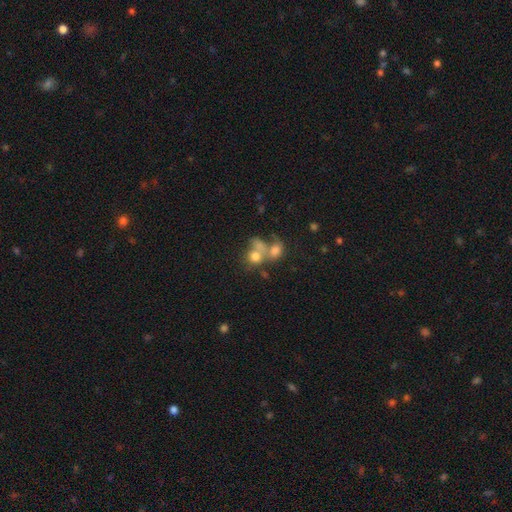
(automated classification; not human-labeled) A smooth galaxy with no disk features (59%) that is round (69%). Merging: merger (52%).